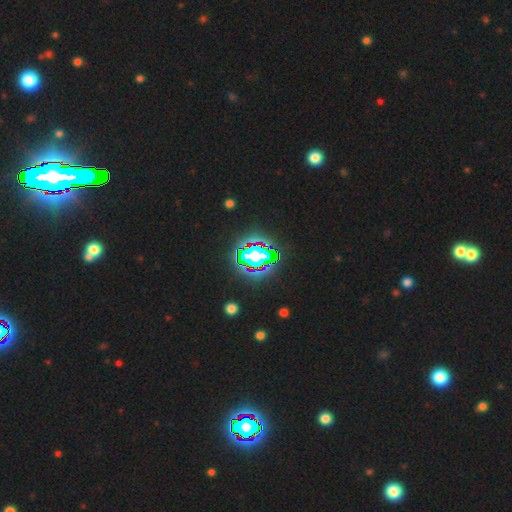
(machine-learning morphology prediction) type=star or artifact (68%).